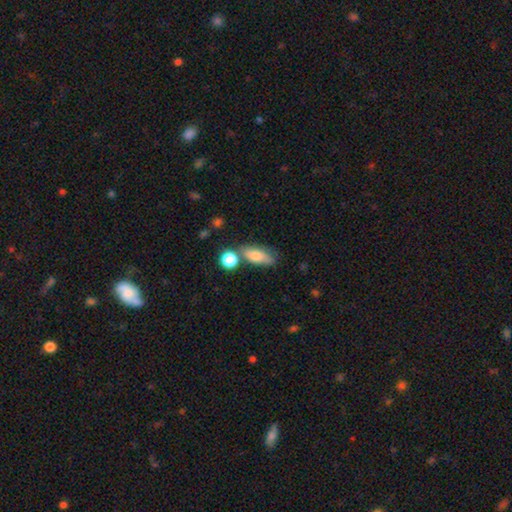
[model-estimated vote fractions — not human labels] A smooth galaxy with no disk features (73%) that is in between round and cigar-shaped (72%). Merging: none (59%).